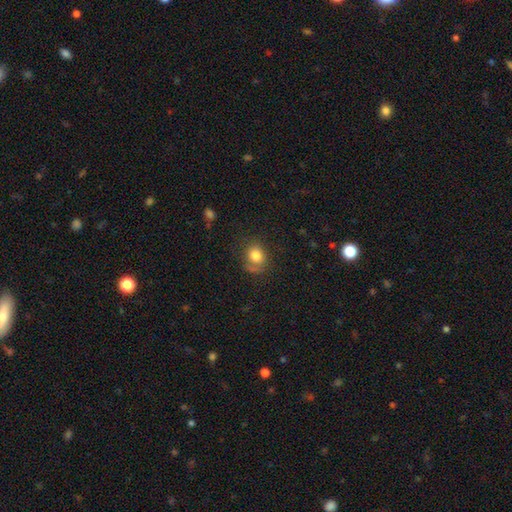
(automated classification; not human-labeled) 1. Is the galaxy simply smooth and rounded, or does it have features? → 78% smooth, 12% featured or disk, 10% star or artifact.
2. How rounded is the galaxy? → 65% round, 34% in between, 1% cigar-shaped.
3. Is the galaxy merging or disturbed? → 64% none, 22% minor disturbance, 11% major disturbance, 3% merger.